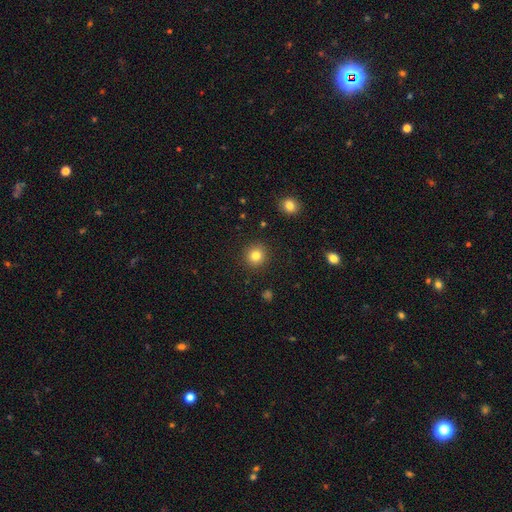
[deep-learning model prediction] smooth 82%, star or artifact 12%, featured or disk 6%. Down the decision tree: how rounded — round (92%); merging — none (91%).